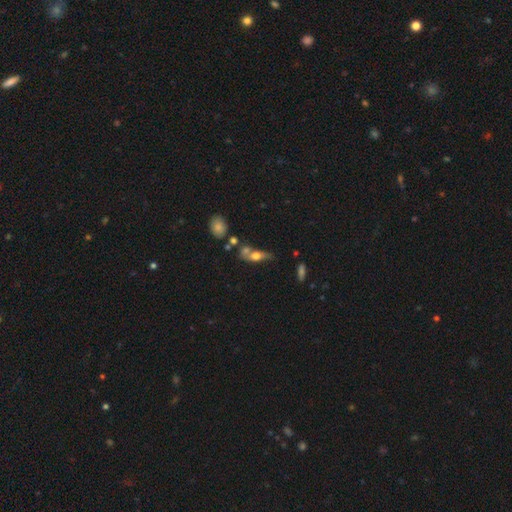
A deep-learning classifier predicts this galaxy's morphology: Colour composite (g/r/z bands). It shows a smooth galaxy with no disk features (56%) that is in between round and cigar-shaped (67%). Merging: merger (37%).